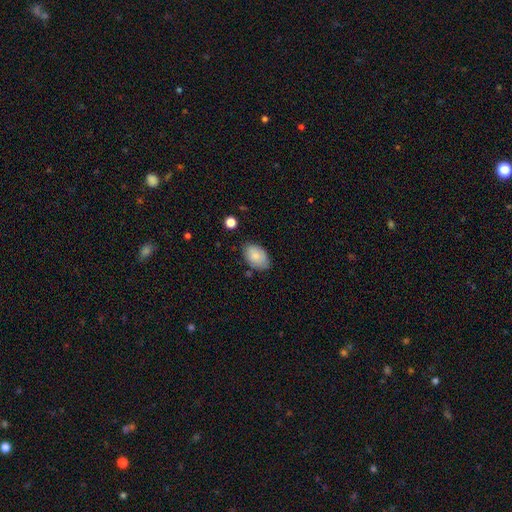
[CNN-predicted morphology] smooth_or_featured: smooth (p=0.83) [alt: featured or disk p=0.10]
how_rounded: in between (p=0.91) [alt: round p=0.08]
merging: none (p=0.76) [alt: minor disturbance p=0.18]